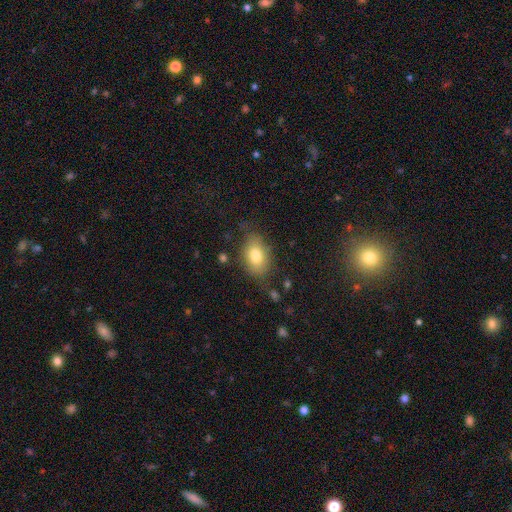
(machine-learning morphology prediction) Smooth or featured: smooth — 77% (featured or disk — 14%)
How rounded: in between — 81% (round — 17%)
Merging: none — 73% (minor disturbance — 19%)